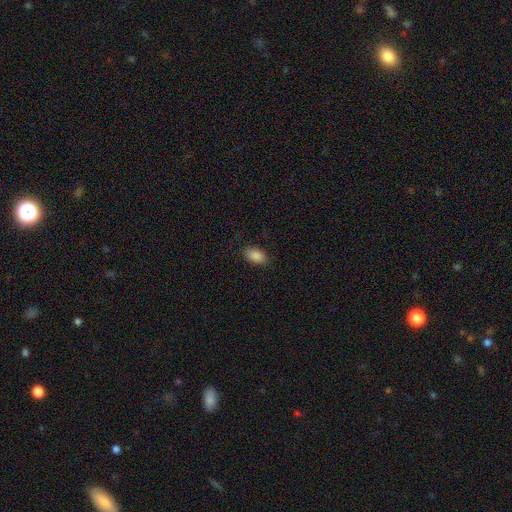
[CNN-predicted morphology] smooth 87%, star or artifact 8%, featured or disk 5%. Down the decision tree: how rounded — in between (93%); merging — none (85%).